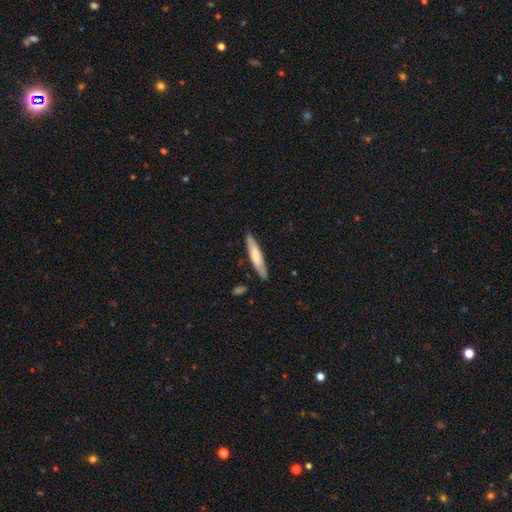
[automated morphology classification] type=smooth (69%); roundness=cigar-shaped (88%); merging=none (85%).